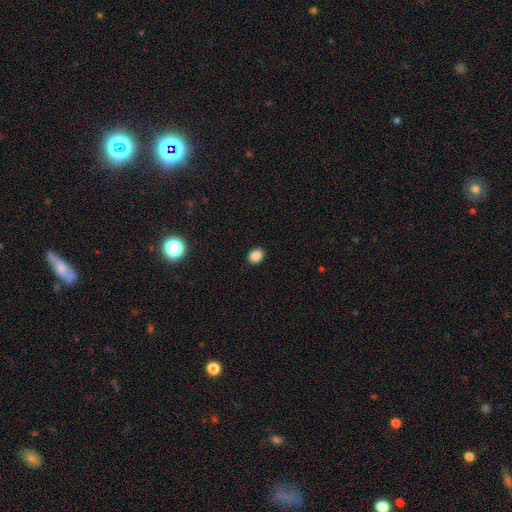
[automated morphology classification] smooth 87%, star or artifact 10%, featured or disk 3%. Down the decision tree: how rounded — round (51%); merging — none (90%).